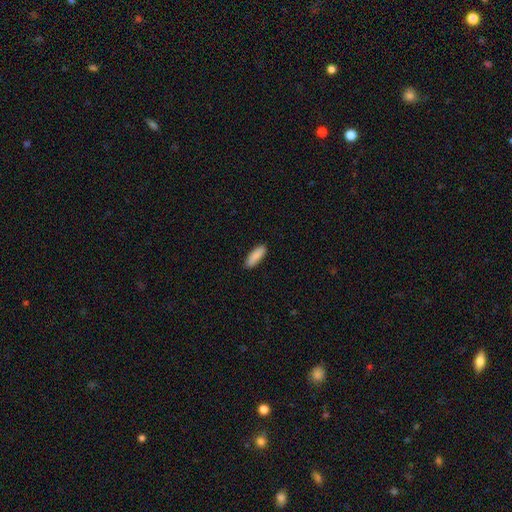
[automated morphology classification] Smooth or featured? Predicted: smooth (p=0.89). How rounded? Predicted: in between (p=0.51). Merging? Predicted: none (p=0.89).